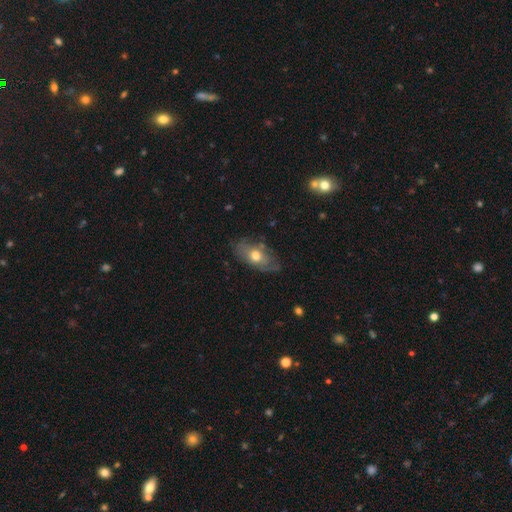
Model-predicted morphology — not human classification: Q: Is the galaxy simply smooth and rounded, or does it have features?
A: smooth — 50%.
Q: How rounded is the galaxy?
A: in between — 87%.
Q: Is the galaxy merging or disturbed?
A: none — 64%.